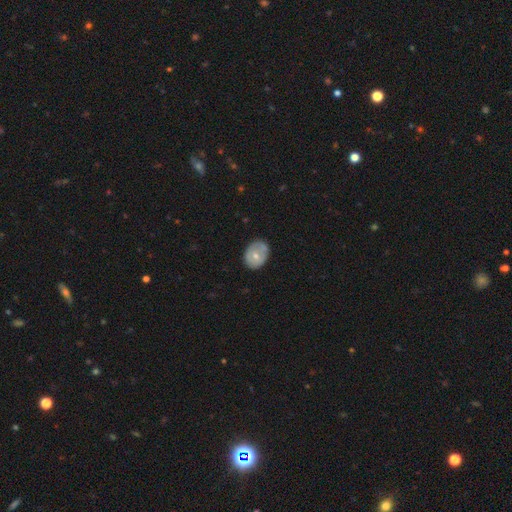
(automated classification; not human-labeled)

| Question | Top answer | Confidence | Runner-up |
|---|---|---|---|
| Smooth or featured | smooth | 57% | featured or disk (36%) |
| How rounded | in between | 56% | round (43%) |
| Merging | none | 71% | minor disturbance (23%) |